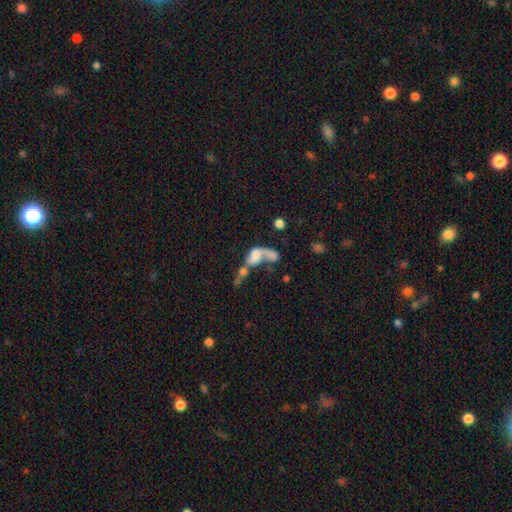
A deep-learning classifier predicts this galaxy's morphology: smooth_or_featured: smooth (p=0.45) [alt: featured or disk p=0.42]
merging: merger (p=0.64) [alt: major disturbance p=0.20]